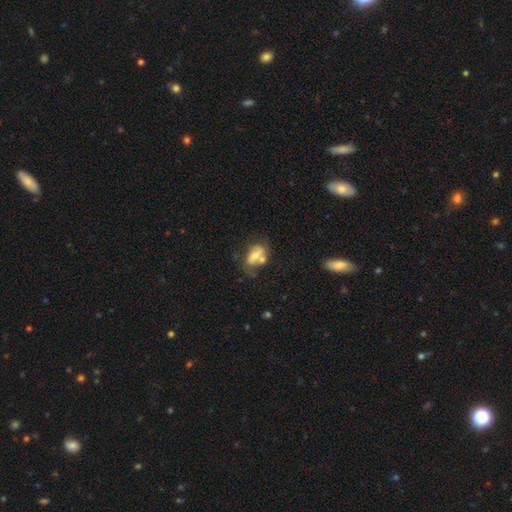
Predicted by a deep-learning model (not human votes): Smooth or featured: featured or disk — 47% (smooth — 44%)
Merging: none — 34% (merger — 33%)